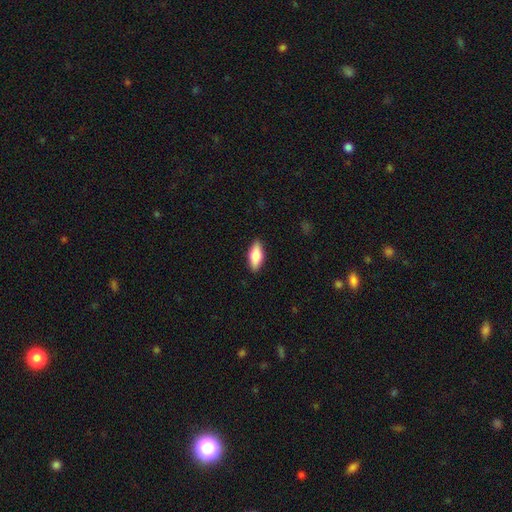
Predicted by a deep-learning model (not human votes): A smooth galaxy with no disk features (76%) that is in between round and cigar-shaped (80%).

Vote fractions:
- Smooth or featured? smooth: 76% / featured or disk: 18% / star or artifact: 6%
- How rounded? in between: 80% / cigar-shaped: 17% / round: 3%
- Merging? none: 89% / minor disturbance: 8% / major disturbance: 2% / merger: 1%